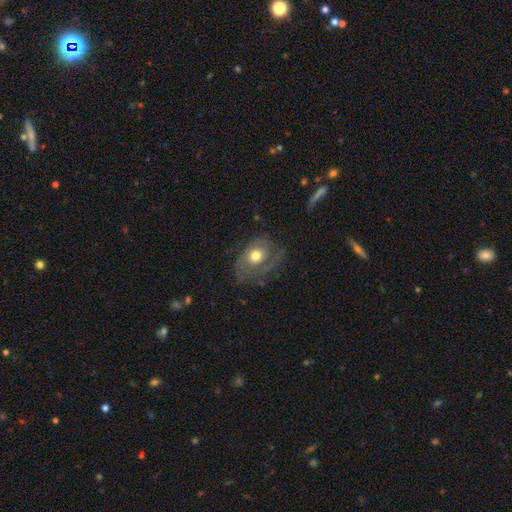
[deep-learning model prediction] smooth-or-featured: featured or disk: 61% | smooth: 32% | star or artifact: 7%
  disk-edge-on: no: 95% | yes: 5%
    bar: no: 85% | weak: 12% | strong: 3%
    has-spiral-arms: yes: 69% | no: 31%
    bulge-size: moderate: 72% | large: 15% | small: 10% | dominant: 1% | none: 1%
  merging: none: 54% | minor disturbance: 25% | major disturbance: 19% | merger: 2%